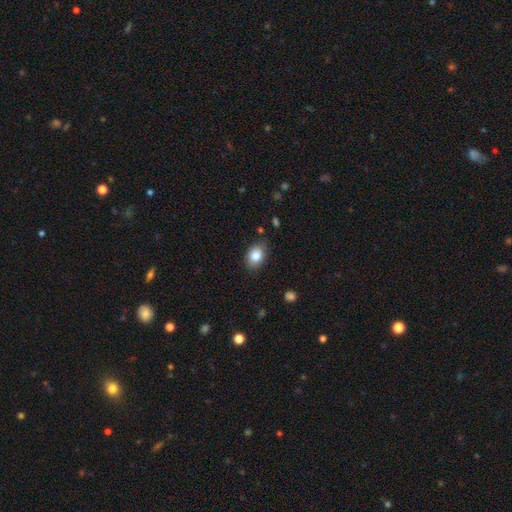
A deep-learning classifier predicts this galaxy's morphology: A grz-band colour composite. It shows a smooth galaxy with no disk features (84%) that is in between round and cigar-shaped (77%). Merging: none (84%).